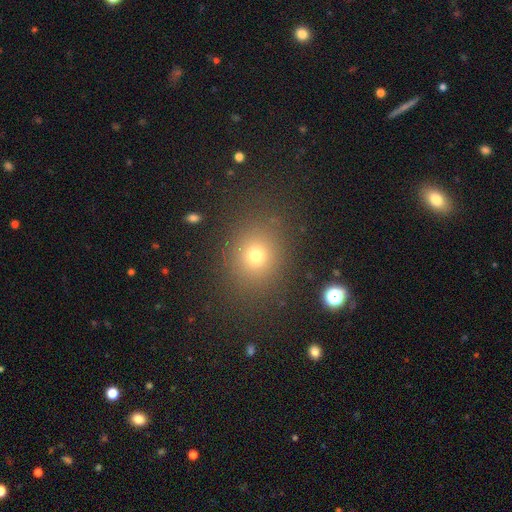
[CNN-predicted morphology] Overall: smooth (71%). How rounded: round (69%; in between 30%). Merging: none (86%).